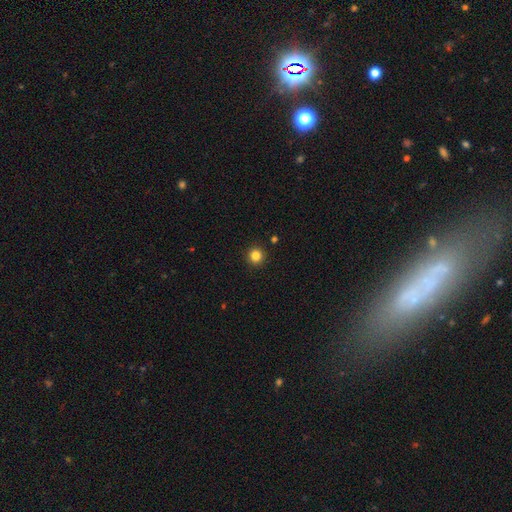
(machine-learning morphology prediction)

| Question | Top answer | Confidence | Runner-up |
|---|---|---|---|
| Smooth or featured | smooth | 84% | star or artifact (12%) |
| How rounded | round | 95% | in between (5%) |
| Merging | none | 93% | minor disturbance (4%) |